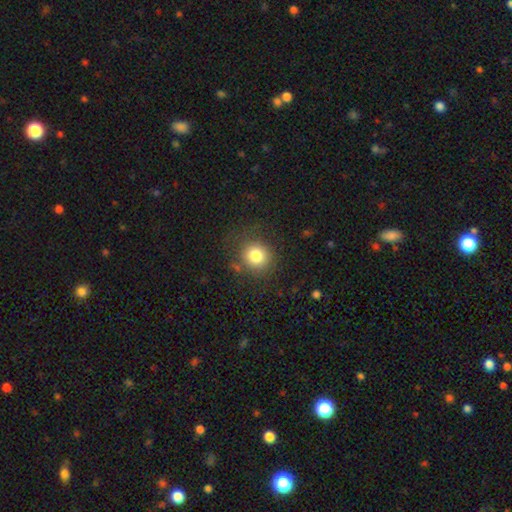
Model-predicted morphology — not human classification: Smooth or featured? Predicted: smooth (p=0.80). How rounded? Predicted: round (p=0.90). Merging? Predicted: none (p=0.80).